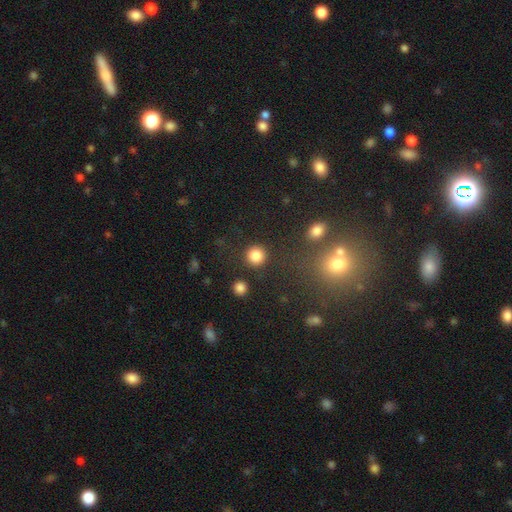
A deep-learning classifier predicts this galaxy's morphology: The model was most divided on "smooth or featured": smooth: 85%, star or artifact: 11%, featured or disk: 4%. More confident: how rounded — round (93%); merging — none (87%).